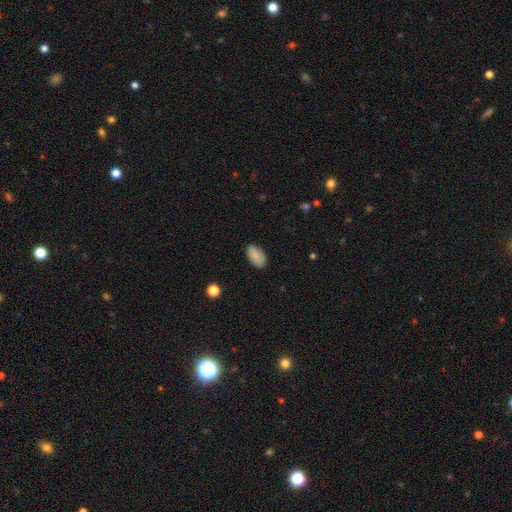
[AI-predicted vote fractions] A smooth galaxy with no disk features (85%) that is in between round and cigar-shaped (94%). Merging: none (84%).